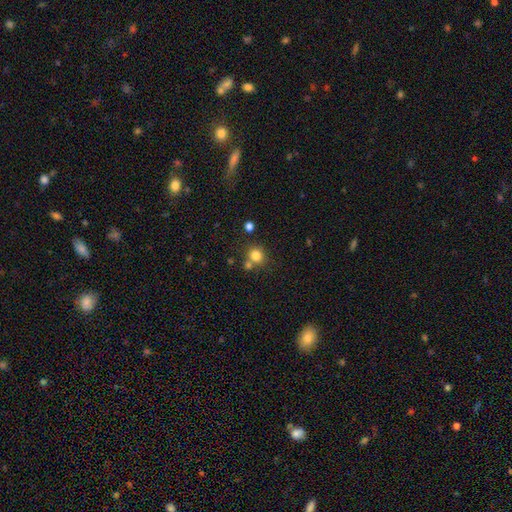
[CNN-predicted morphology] The model was most divided on "merging": none: 65%, merger: 22%, minor disturbance: 9%, major disturbance: 3%. More confident: how rounded — round (88%); smooth or featured — smooth (81%).